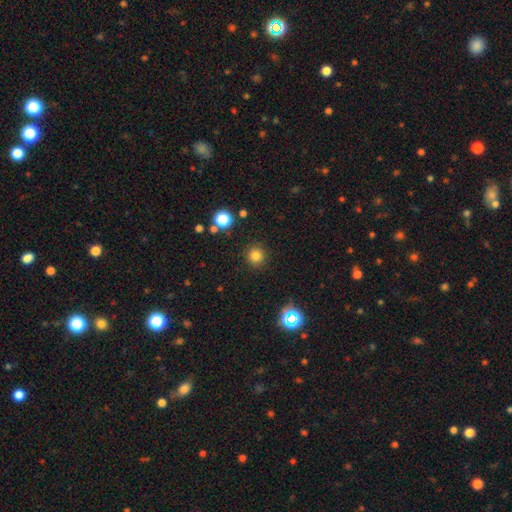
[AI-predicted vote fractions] This appears to be a smooth galaxy with no disk features (80%) that is round (93%). Merging: none (90%).